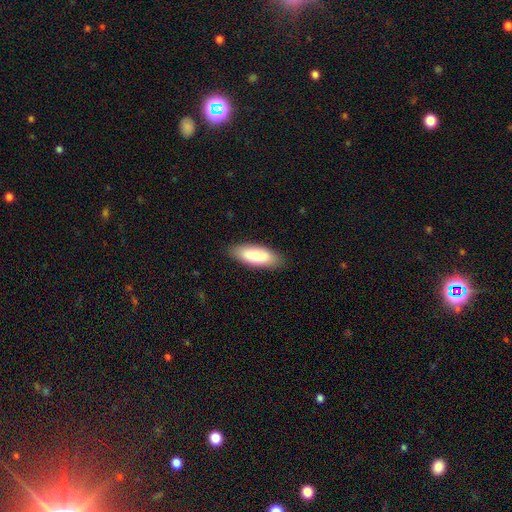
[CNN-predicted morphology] This appears to be a smooth galaxy with no disk features (84%) that is in between round and cigar-shaped (72%). Merging: none (85%).